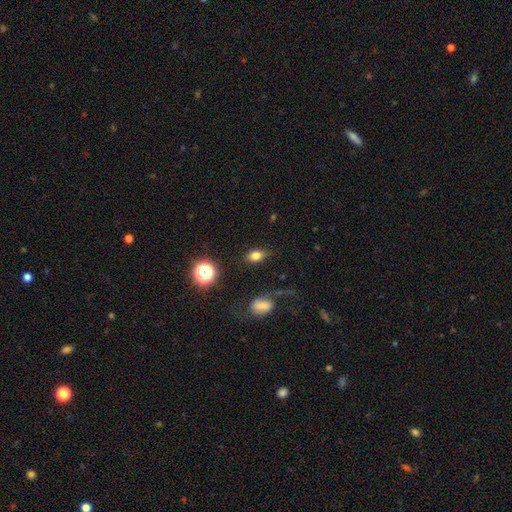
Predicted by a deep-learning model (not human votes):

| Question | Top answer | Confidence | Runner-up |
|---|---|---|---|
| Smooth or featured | smooth | 75% | star or artifact (13%) |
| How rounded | in between | 79% | round (18%) |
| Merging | none | 78% | minor disturbance (14%) |